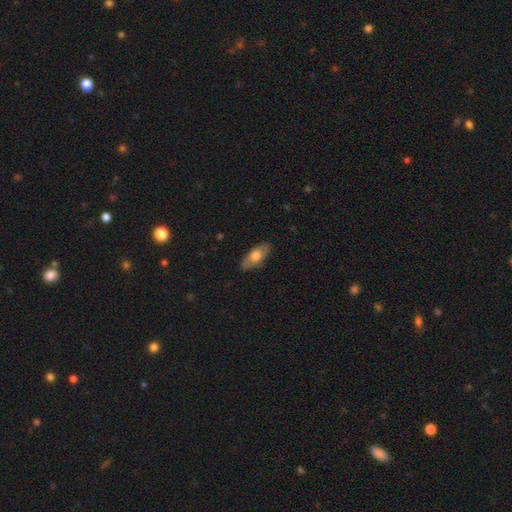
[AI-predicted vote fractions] Smooth or featured: smooth — 67% (featured or disk — 27%)
How rounded: in between — 83% (cigar-shaped — 14%)
Merging: none — 84% (minor disturbance — 12%)